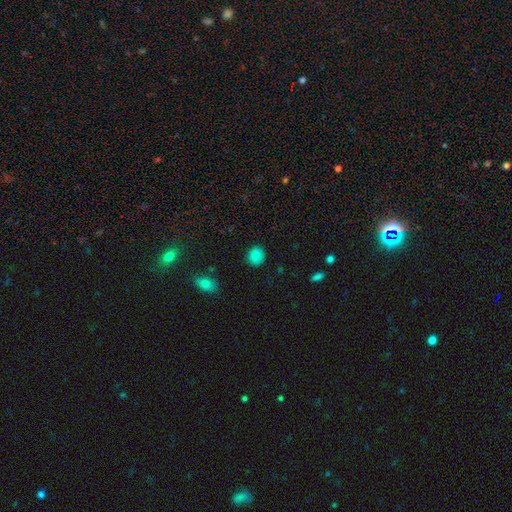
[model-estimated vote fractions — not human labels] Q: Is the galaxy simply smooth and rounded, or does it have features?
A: smooth — 85%.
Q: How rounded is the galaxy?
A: round — 69%.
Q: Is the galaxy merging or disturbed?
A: none — 87%.